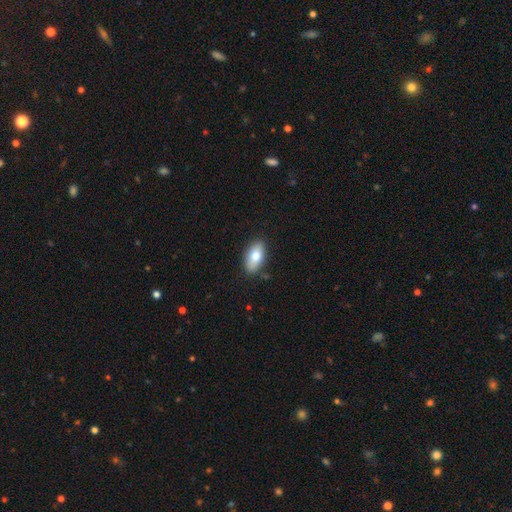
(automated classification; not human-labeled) This is likely a smooth galaxy (75%). How rounded: clearly in between (91%). Merging: clearly none (86%).